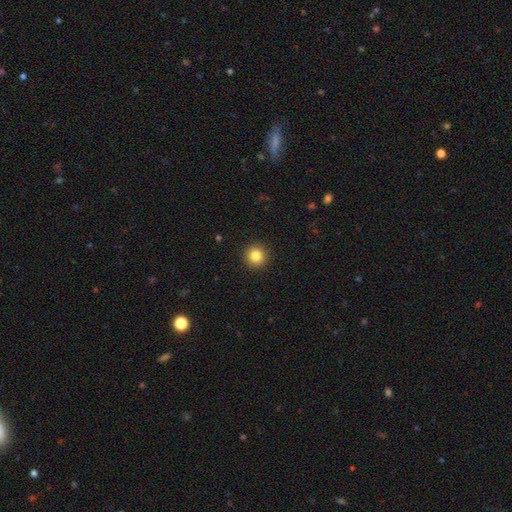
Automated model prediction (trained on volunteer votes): The model was most divided on "smooth or featured": smooth: 83%, star or artifact: 11%, featured or disk: 6%. More confident: how rounded — round (96%); merging — none (93%).